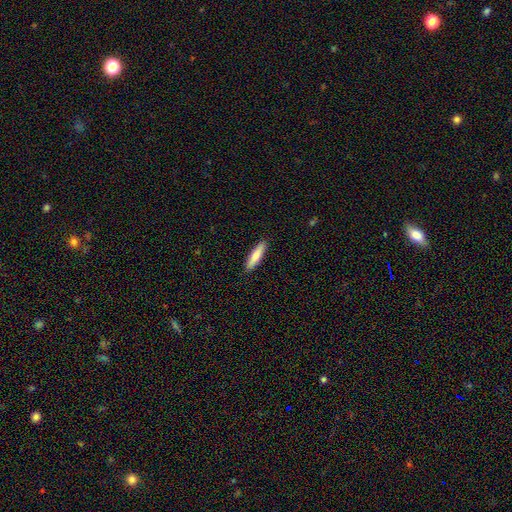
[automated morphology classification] smooth_or_featured: smooth (p=0.76) [alt: featured or disk p=0.19]
how_rounded: cigar-shaped (p=0.77) [alt: in between p=0.22]
merging: none (p=0.91) [alt: minor disturbance p=0.07]